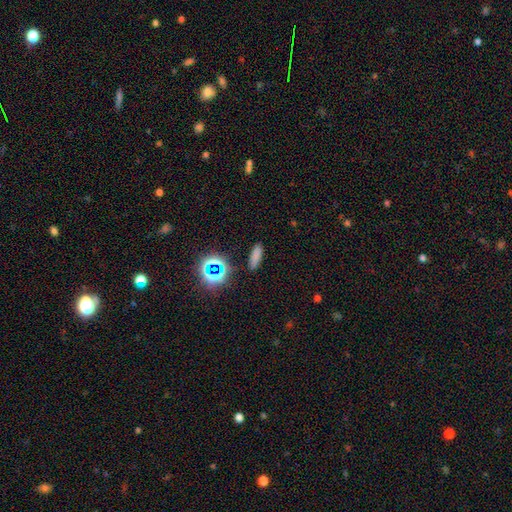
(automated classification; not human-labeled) Smooth or featured? Predicted: smooth (p=0.71). How rounded? Predicted: cigar-shaped (p=0.50). Merging? Predicted: none (p=0.86).